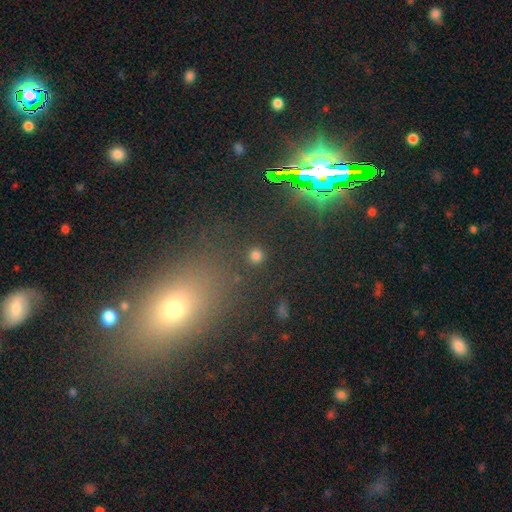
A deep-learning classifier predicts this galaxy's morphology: Overall: smooth (69%). How rounded: round (92%). Merging: none (89%).